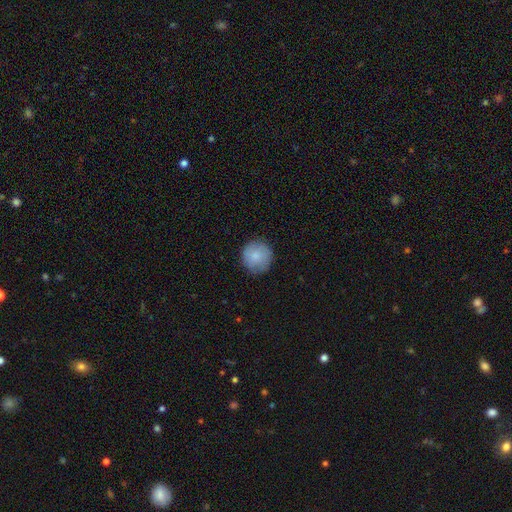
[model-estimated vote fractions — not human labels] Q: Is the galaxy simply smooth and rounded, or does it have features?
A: smooth — 82%.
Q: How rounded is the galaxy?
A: round — 94%.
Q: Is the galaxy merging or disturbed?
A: none — 84%.